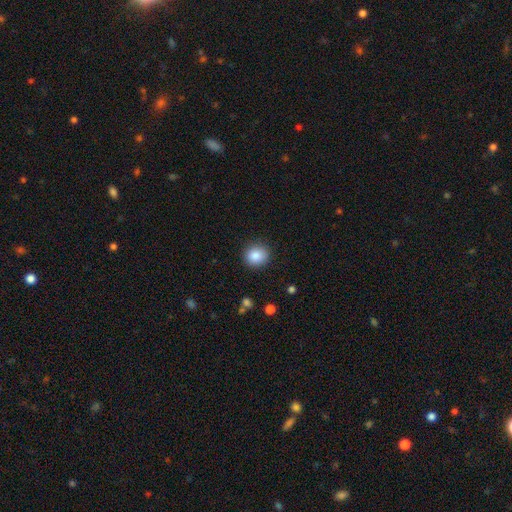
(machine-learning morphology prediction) Smooth or featured? smooth (87%)
How rounded? round (82%)
Merging? none (89%)